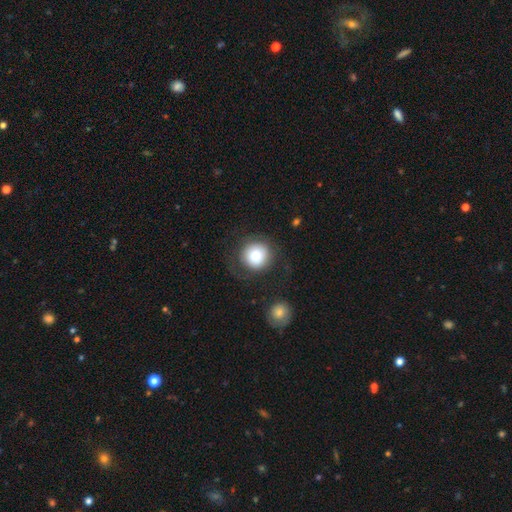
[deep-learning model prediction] Smooth or featured? Predicted: smooth (p=0.79). How rounded? Predicted: round (p=0.93). Merging? Predicted: none (p=0.75).